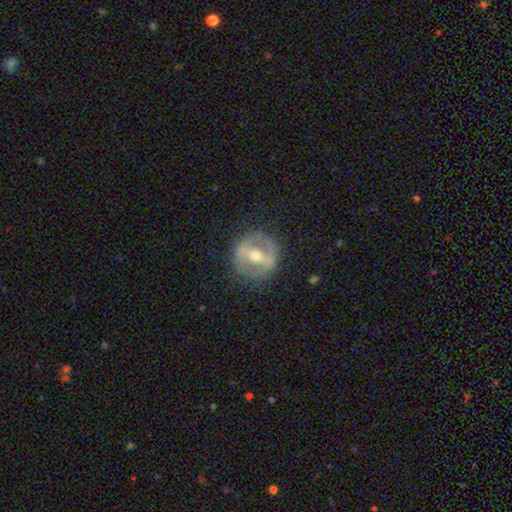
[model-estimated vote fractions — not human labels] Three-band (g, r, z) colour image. It shows a featured or disk galaxy (75%) with a strong bar (68%), no spiral arms (70%) and a moderate central bulge (71%). Merging: none (84%).